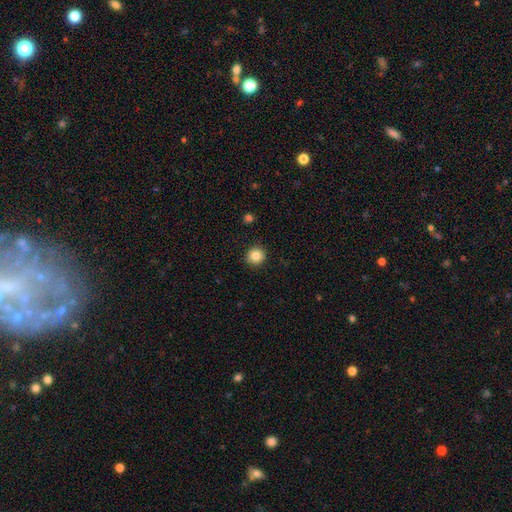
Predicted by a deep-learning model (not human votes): Q: Smooth or featured?
A: smooth (85%); runner-up: star or artifact (10%)
Q: How rounded?
A: round (92%); runner-up: in between (7%)
Q: Merging?
A: none (91%); runner-up: minor disturbance (6%)